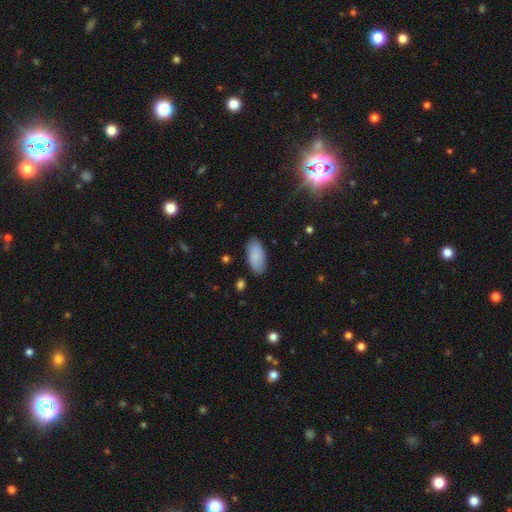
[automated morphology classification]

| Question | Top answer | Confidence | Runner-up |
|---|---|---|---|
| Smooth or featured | smooth | 87% | featured or disk (7%) |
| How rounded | in between | 92% | cigar-shaped (6%) |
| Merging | none | 86% | minor disturbance (10%) |